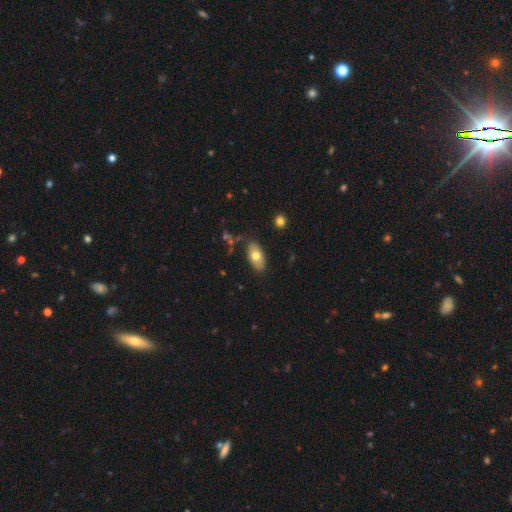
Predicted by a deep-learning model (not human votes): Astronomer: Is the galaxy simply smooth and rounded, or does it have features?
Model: smooth — 69%.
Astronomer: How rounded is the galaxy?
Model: in between — 92%.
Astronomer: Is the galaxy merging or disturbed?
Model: none — 81%.